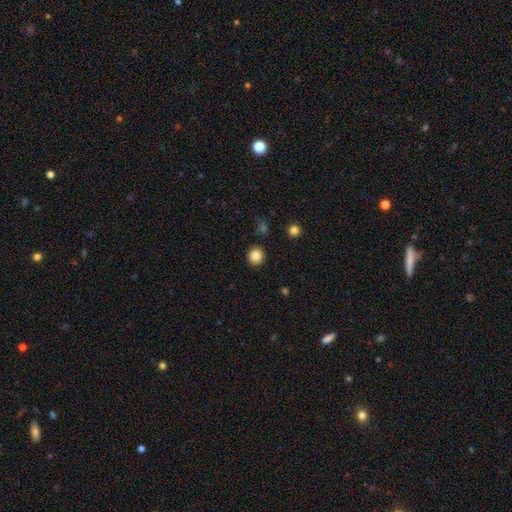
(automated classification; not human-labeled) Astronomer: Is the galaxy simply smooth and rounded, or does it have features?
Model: smooth — 86%.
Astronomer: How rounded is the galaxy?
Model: round — 82%.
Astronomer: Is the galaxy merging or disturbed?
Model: none — 89%.